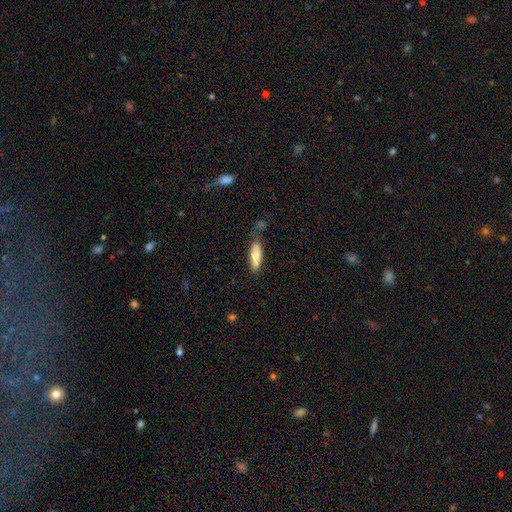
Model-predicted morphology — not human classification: Smooth or featured?
  - smooth: 72% *
  - featured or disk: 22%
  - star or artifact: 6%
How rounded?
  - in between: 53% *
  - cigar-shaped: 45%
  - round: 2%
Merging?
  - none: 65% *
  - minor disturbance: 21%
  - merger: 9%
  - major disturbance: 6%